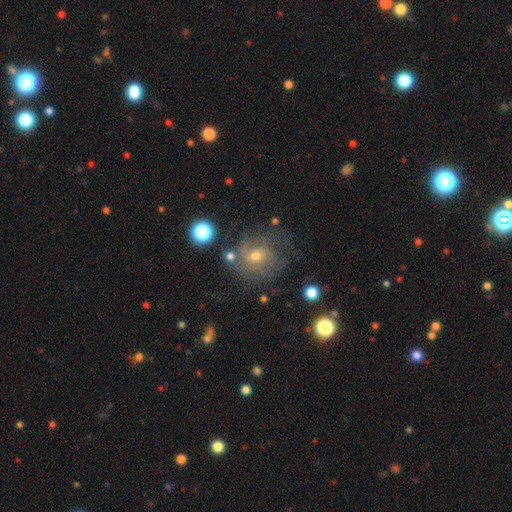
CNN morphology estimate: Q: Smooth or featured?
A: featured or disk (68%); runner-up: smooth (19%)
Q: Edge-on disk?
A: no (97%); runner-up: yes (3%)
Q: Bar?
A: no (52%); runner-up: weak (40%)
Q: Spiral arms?
A: yes (84%); runner-up: no (16%)
Q: Spiral winding?
A: tight (54%); runner-up: medium (34%)
Q: Spiral arm count?
A: can't tell (43%); runner-up: 2 (31%)
Q: Bulge size?
A: moderate (48%); runner-up: small (47%)
Q: Merging?
A: none (62%); runner-up: minor disturbance (20%)